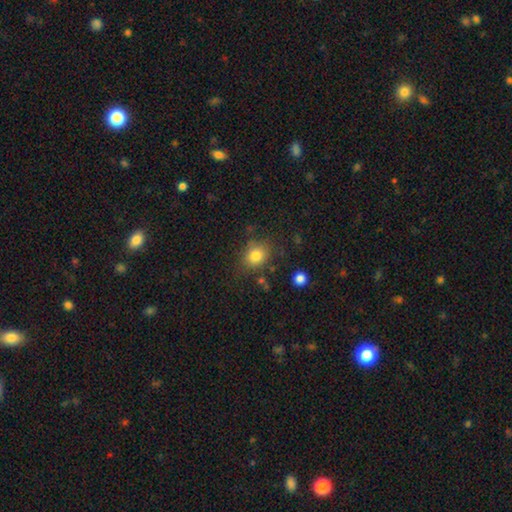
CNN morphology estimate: This appears to be a smooth galaxy with no disk features (81%) that is round (56%). Merging: none (74%).